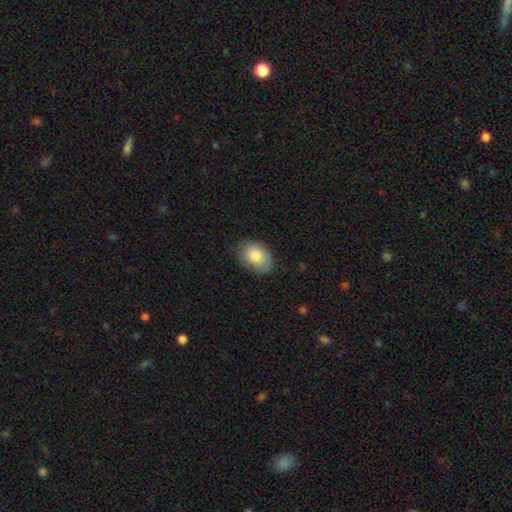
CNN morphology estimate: This is clearly a smooth galaxy (82%). How rounded: clearly in between (80%). Merging: likely none (77%).